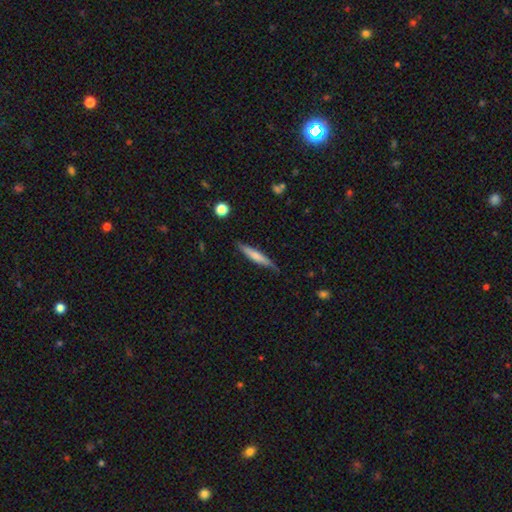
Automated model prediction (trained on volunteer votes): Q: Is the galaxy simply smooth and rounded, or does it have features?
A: smooth — 60%.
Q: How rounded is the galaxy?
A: cigar-shaped — 91%.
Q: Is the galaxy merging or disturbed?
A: none — 77%.